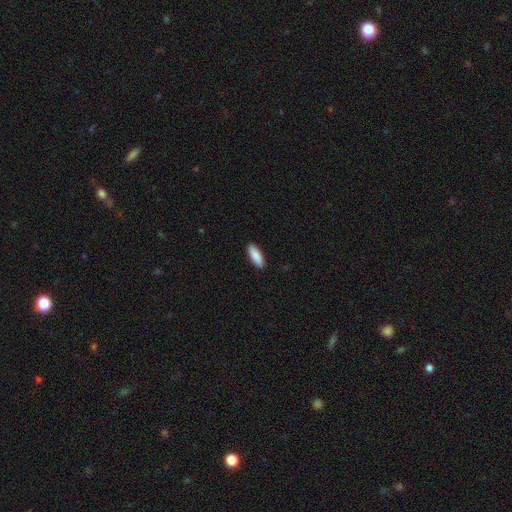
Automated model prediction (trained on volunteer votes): Smooth or featured?
  - smooth: 90% *
  - star or artifact: 5%
  - featured or disk: 5%
How rounded?
  - in between: 65% *
  - cigar-shaped: 34%
  - round: 2%
Merging?
  - none: 91% *
  - minor disturbance: 7%
  - major disturbance: 2%
  - merger: 1%